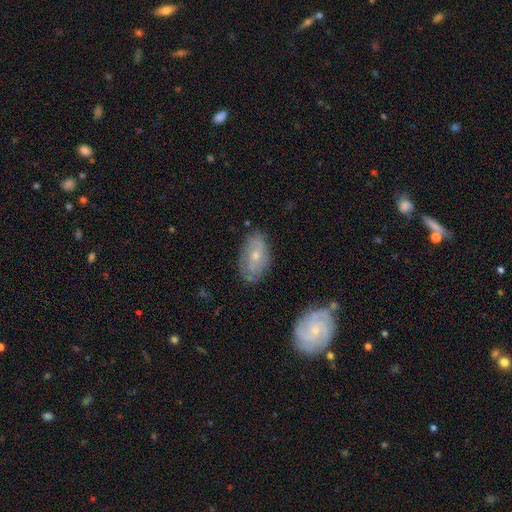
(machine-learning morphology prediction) Smooth or featured?
  - featured or disk: 58% *
  - smooth: 35%
  - star or artifact: 7%
Edge-on disk?
  - no: 92% *
  - yes: 8%
Bar?
  - no: 72% *
  - weak: 23%
  - strong: 4%
Spiral arms?
  - yes: 73% *
  - no: 27%
Bulge size?
  - small: 55% *
  - moderate: 42%
  - none: 1%
  - large: 1%
  - dominant: 1%
Merging?
  - none: 74% *
  - minor disturbance: 19%
  - major disturbance: 5%
  - merger: 2%